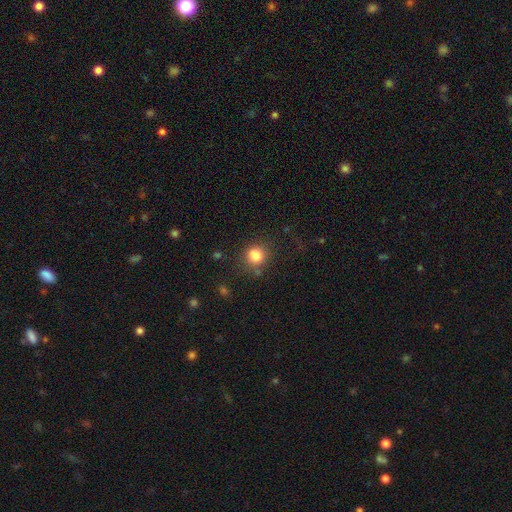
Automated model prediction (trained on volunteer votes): Overall: smooth (83%). How rounded: round (82%). Merging: none (74%).